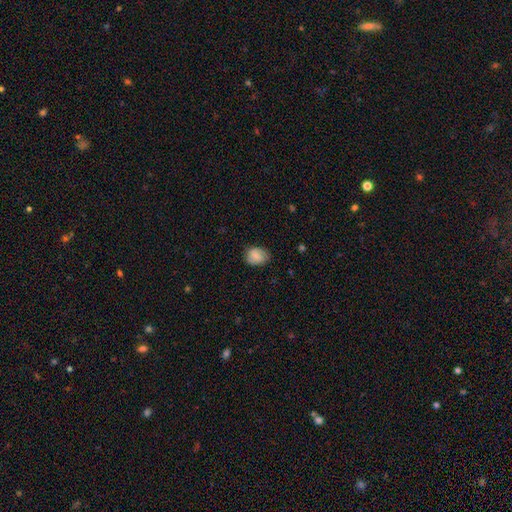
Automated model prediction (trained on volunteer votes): Smooth or featured? Predicted: smooth (p=0.76). How rounded? Predicted: in between (p=0.62). Merging? Predicted: none (p=0.74).